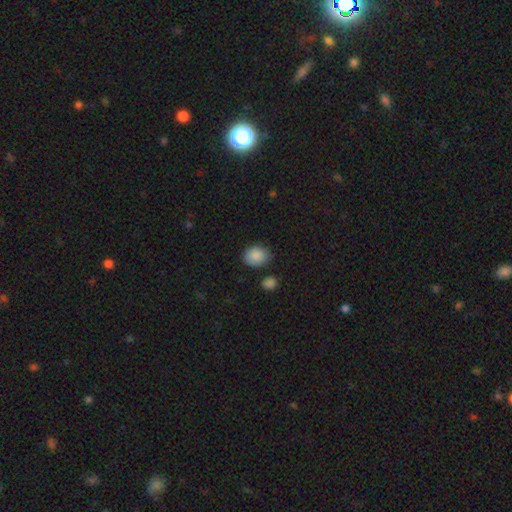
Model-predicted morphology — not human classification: Q: Smooth or featured?
A: smooth (88%); runner-up: star or artifact (8%)
Q: How rounded?
A: in between (52%); runner-up: round (47%)
Q: Merging?
A: none (78%); runner-up: minor disturbance (14%)